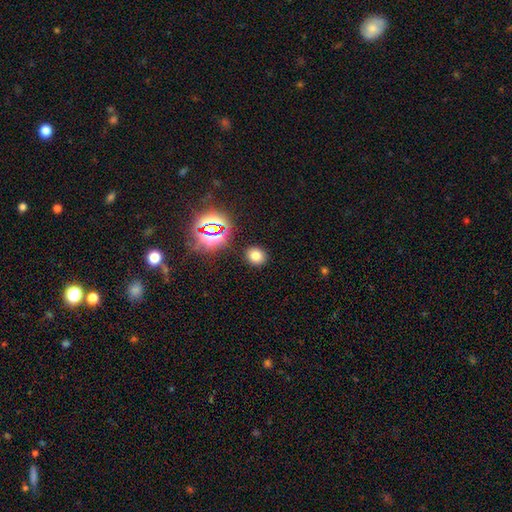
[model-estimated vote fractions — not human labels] Smooth or featured? smooth (72%)
How rounded? round (71%)
Merging? none (88%)